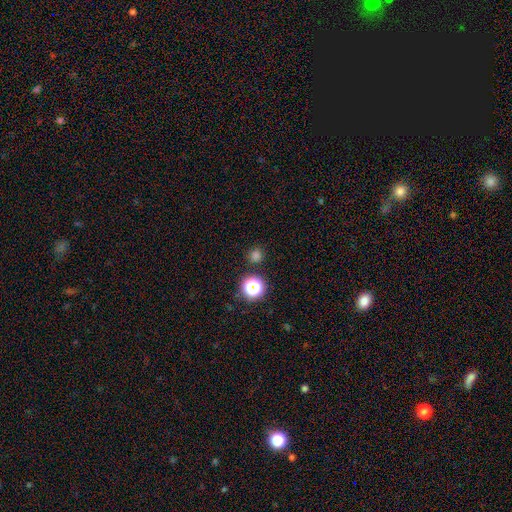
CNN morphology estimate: A smooth galaxy with no disk features (72%) that is round (93%). Merging: none (86%).